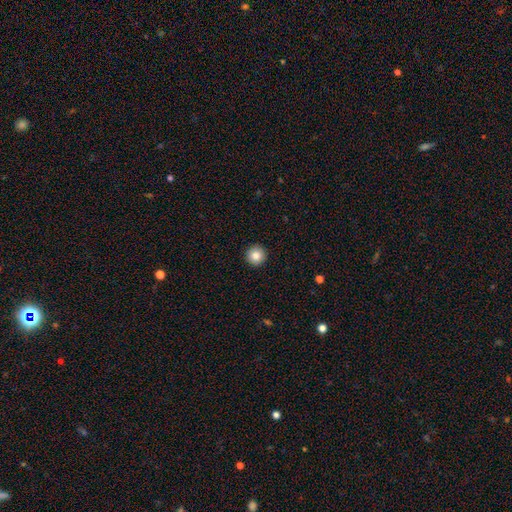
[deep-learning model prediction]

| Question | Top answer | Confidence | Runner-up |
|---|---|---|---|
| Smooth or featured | smooth | 84% | star or artifact (10%) |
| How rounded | round | 97% | in between (2%) |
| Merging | none | 94% | minor disturbance (4%) |